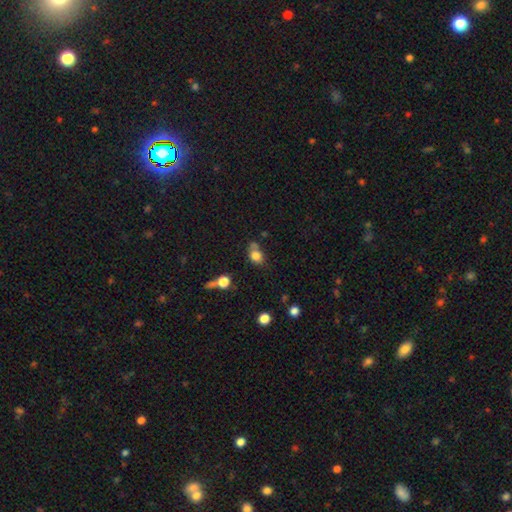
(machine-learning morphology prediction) Smooth or featured: smooth — 79% (star or artifact — 12%)
How rounded: in between — 55% (round — 43%)
Merging: none — 46% (minor disturbance — 23%)